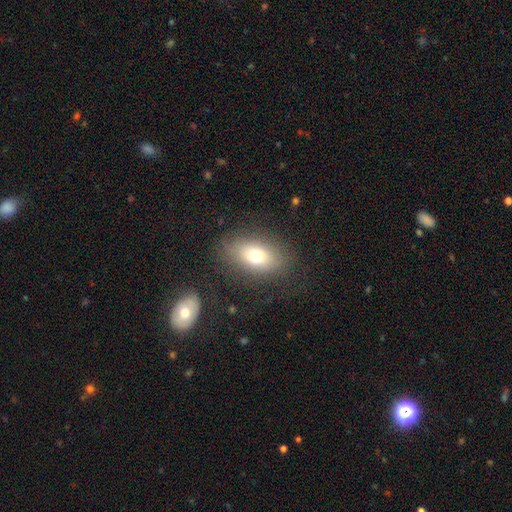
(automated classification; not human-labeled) Smooth or featured? smooth (72%)
How rounded? in between (82%)
Merging? none (80%)